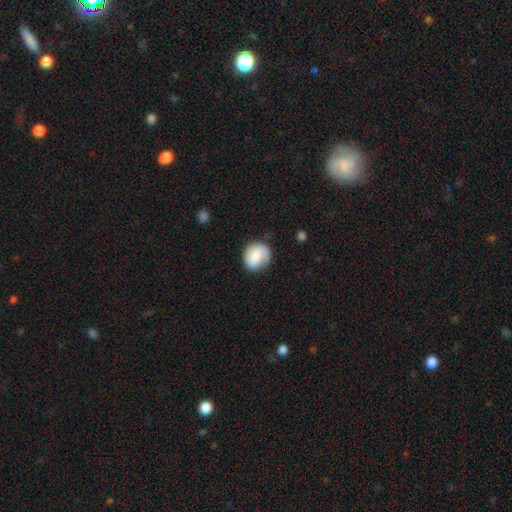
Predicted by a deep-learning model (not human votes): Smooth or featured? Predicted: smooth (p=0.74). How rounded? Predicted: round (p=0.71). Merging? Predicted: none (p=0.69).